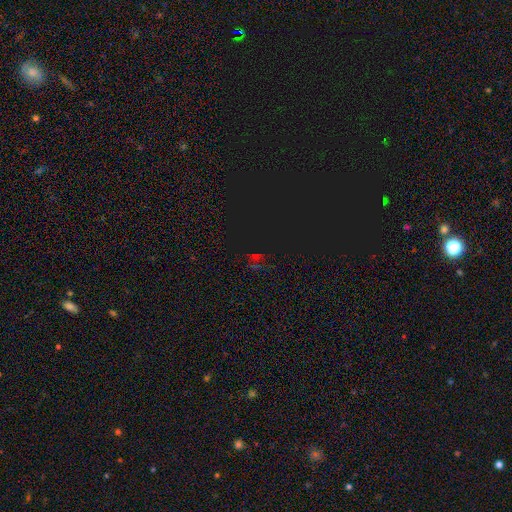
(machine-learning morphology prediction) Overall: star or artifact (72%).